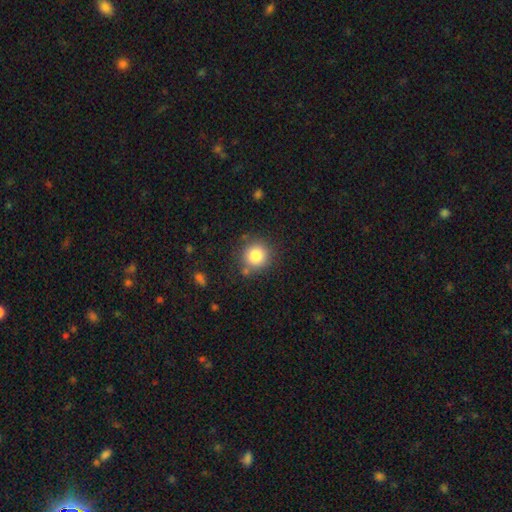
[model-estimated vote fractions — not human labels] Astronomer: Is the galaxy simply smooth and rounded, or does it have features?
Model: smooth — 82%.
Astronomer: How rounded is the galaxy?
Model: round — 92%.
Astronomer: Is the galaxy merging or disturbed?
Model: none — 82%.